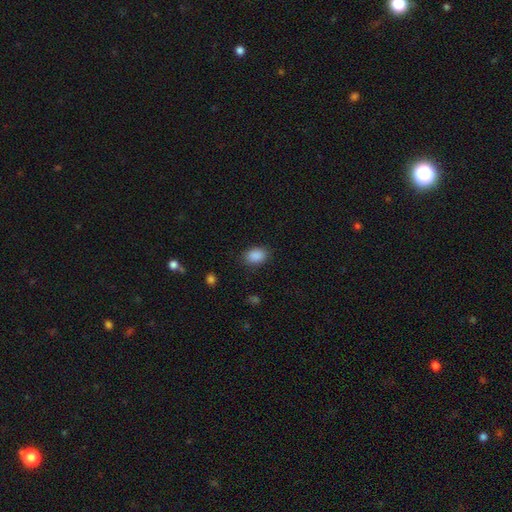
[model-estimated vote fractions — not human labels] Smooth or featured: smooth — 89% (star or artifact — 8%)
How rounded: in between — 75% (round — 24%)
Merging: none — 85% (minor disturbance — 11%)